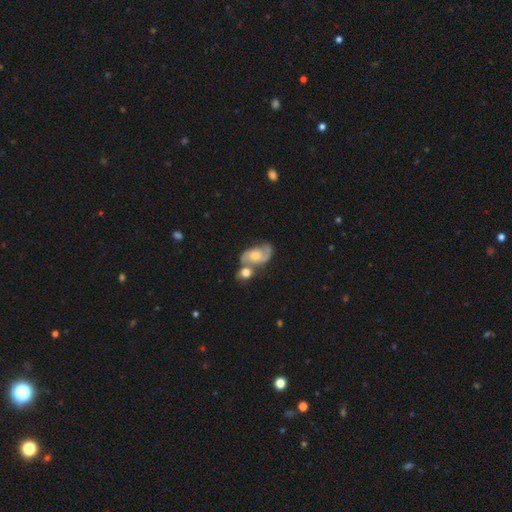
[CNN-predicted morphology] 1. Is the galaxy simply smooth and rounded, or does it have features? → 75% featured or disk, 18% smooth, 7% star or artifact.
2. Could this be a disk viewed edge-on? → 97% no, 3% yes.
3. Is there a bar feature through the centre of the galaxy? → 67% no, 29% weak, 4% strong.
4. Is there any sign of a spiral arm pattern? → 92% yes, 8% no.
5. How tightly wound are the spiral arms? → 48% medium, 34% loose, 18% tight.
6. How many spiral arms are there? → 84% 2, 6% can't tell, 6% 1, 2% 3, 1% 4, 1% more than 4.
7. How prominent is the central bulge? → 54% moderate, 33% small, 7% large, 5% none, 2% dominant.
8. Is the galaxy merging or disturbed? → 40% merger, 37% none, 15% minor disturbance, 8% major disturbance.